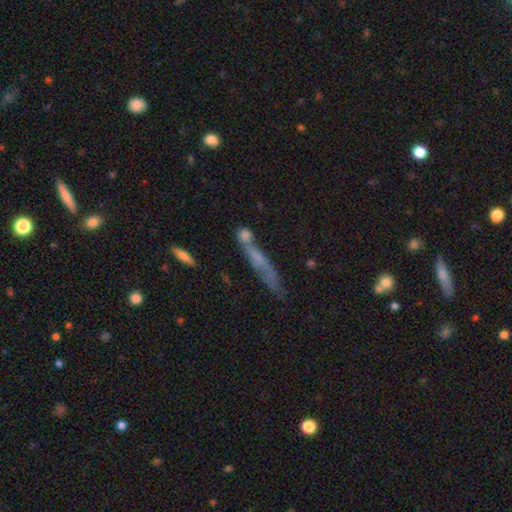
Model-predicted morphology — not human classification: This is possibly a smooth galaxy (52%). How rounded: clearly cigar-shaped (81%). Merging: marginally merger (35%).